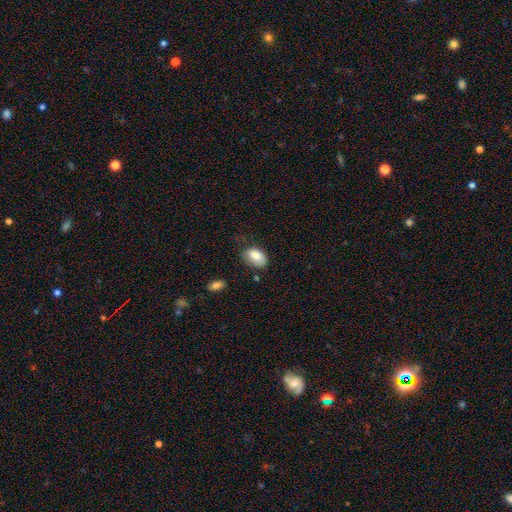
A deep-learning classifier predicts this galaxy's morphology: A smooth galaxy with no disk features (83%) that is in between round and cigar-shaped (89%).

Vote fractions:
- Smooth or featured? smooth: 83% / featured or disk: 10% / star or artifact: 7%
- How rounded? in between: 89% / round: 10% / cigar-shaped: 1%
- Merging? none: 58% / minor disturbance: 31% / major disturbance: 8% / merger: 3%